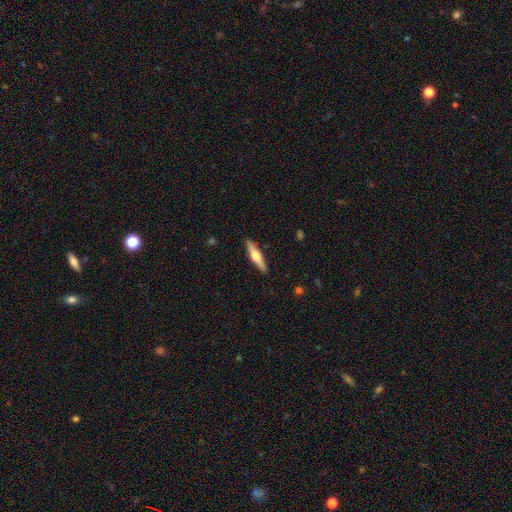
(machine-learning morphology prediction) featured or disk 54%, smooth 41%, star or artifact 5%. Down the decision tree: edge-on disk — yes (95%); edge-on bulge — rounded (93%); merging — none (90%).